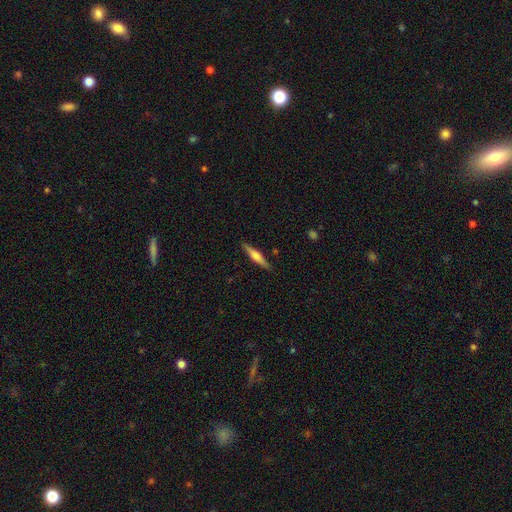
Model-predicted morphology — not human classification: Smooth or featured?
  - featured or disk: 51% *
  - smooth: 43%
  - star or artifact: 6%
Edge-on disk?
  - yes: 96% *
  - no: 4%
Merging?
  - none: 88% *
  - minor disturbance: 9%
  - major disturbance: 2%
  - merger: 1%